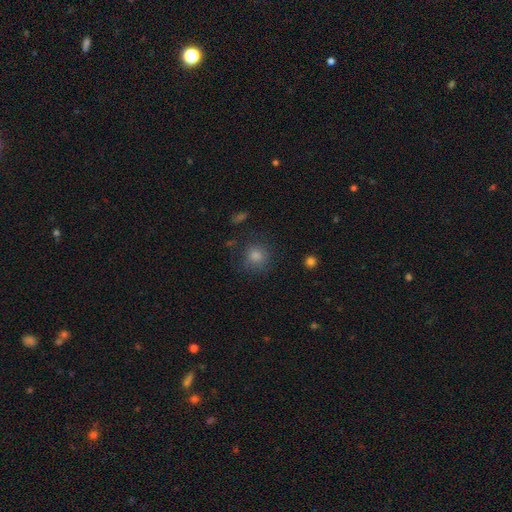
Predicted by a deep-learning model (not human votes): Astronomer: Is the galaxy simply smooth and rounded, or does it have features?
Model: smooth — 73%.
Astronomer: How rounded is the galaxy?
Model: round — 90%.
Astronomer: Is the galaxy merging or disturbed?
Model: none — 80%.